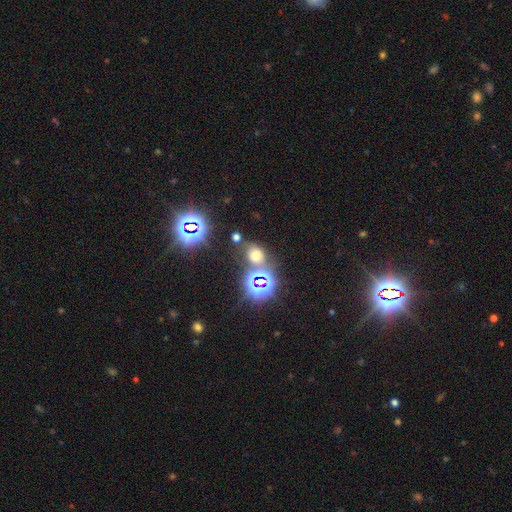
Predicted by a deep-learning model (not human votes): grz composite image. It shows a smooth galaxy with no disk features (50%) that is round (53%). Merging: none (68%).